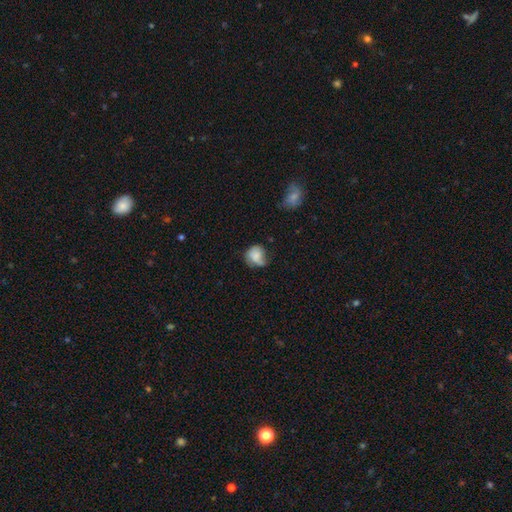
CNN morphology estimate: Smooth or featured? smooth (71%)
How rounded? round (68%)
Merging? none (42%)